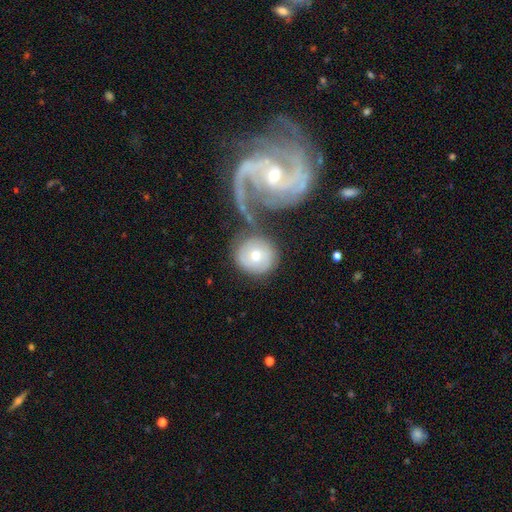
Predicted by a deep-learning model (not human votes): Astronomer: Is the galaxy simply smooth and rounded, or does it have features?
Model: smooth — 60%.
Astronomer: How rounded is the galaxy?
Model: round — 91%.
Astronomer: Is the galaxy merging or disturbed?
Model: none — 65%.